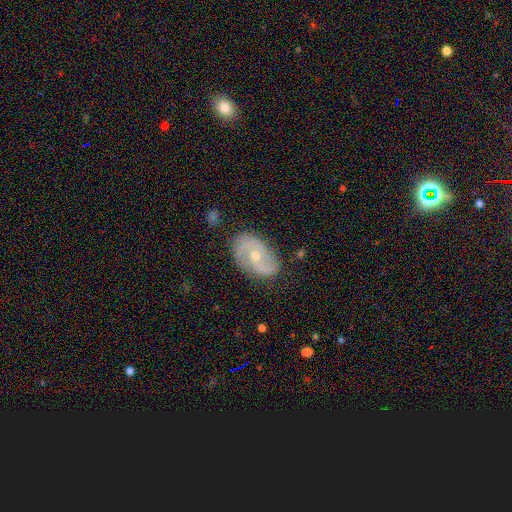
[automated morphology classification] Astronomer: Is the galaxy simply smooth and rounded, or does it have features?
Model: featured or disk — 77%.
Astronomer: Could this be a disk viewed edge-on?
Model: no — 96%.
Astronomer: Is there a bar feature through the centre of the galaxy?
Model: no — 59%.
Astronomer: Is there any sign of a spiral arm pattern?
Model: yes — 90%.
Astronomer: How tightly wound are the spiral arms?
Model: medium — 44% (runner-up: tight, 30%).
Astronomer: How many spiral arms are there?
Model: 2 — 82%.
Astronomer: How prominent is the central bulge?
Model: small — 52% (runner-up: moderate, 45%).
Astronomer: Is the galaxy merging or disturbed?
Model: none — 77%.